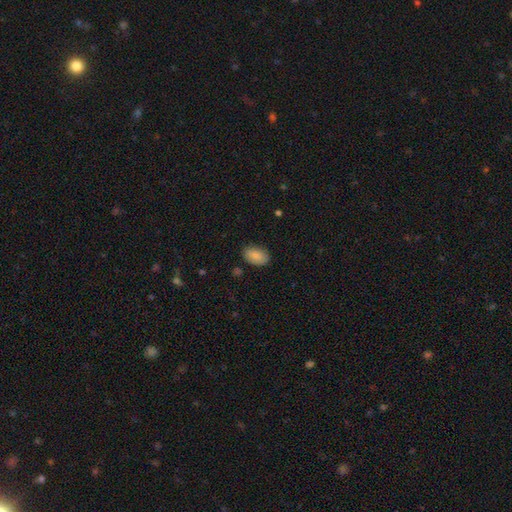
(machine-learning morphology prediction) This appears to be a smooth galaxy with no disk features (87%) that is in between round and cigar-shaped (91%). Merging: none (83%).